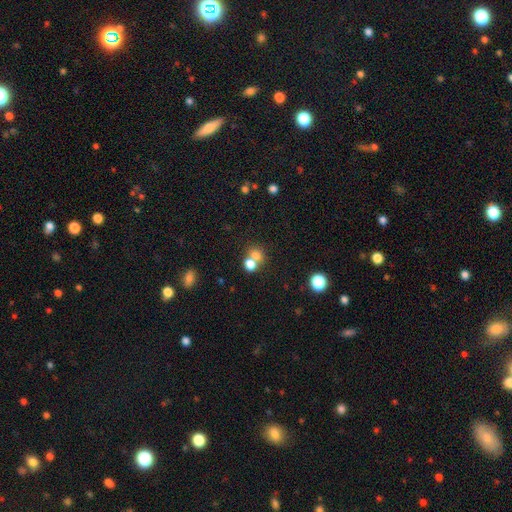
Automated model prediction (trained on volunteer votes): A smooth galaxy with no disk features (74%) that is round (61%). Merging: merger (50%).